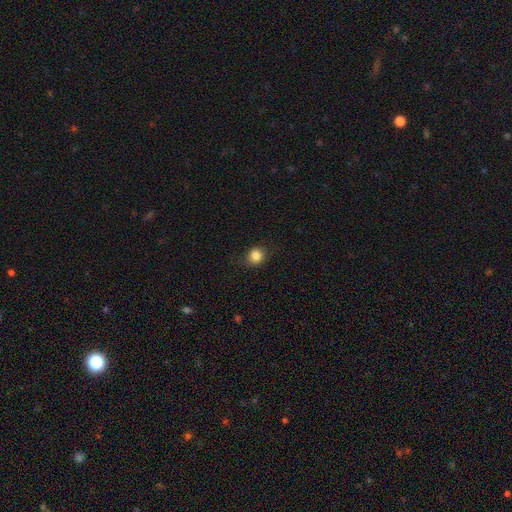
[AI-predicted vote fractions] Smooth or featured? smooth (84%)
How rounded? round (76%)
Merging? none (81%)